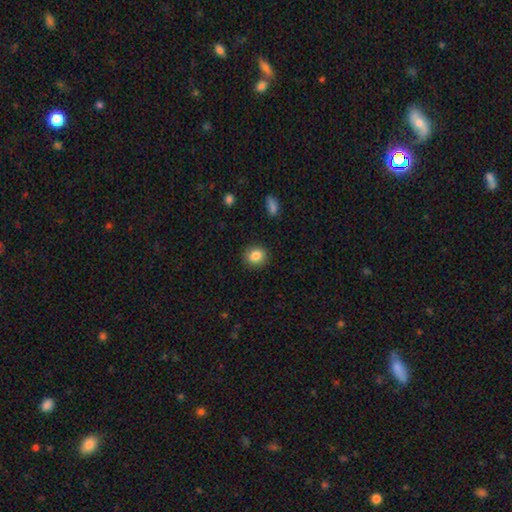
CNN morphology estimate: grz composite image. It shows a smooth galaxy with no disk features (85%) that is round (76%). Merging: none (89%).